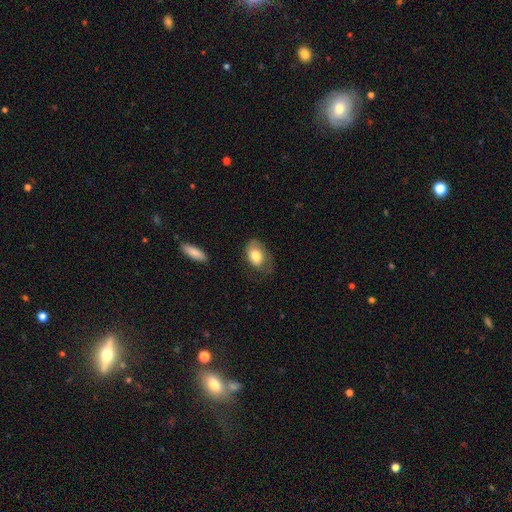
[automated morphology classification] Smooth or featured: smooth — 74% (featured or disk — 19%)
How rounded: in between — 84% (round — 14%)
Merging: none — 49% (minor disturbance — 30%)